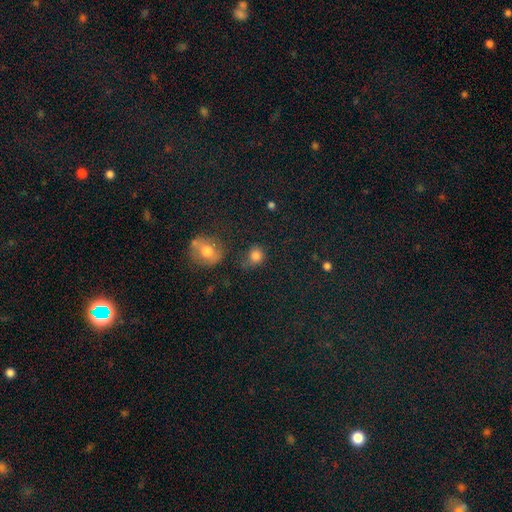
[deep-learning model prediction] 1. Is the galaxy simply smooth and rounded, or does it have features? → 81% smooth, 12% star or artifact, 6% featured or disk.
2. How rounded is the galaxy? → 80% round, 18% in between, 1% cigar-shaped.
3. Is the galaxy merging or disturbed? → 66% none, 17% minor disturbance, 10% merger, 7% major disturbance.